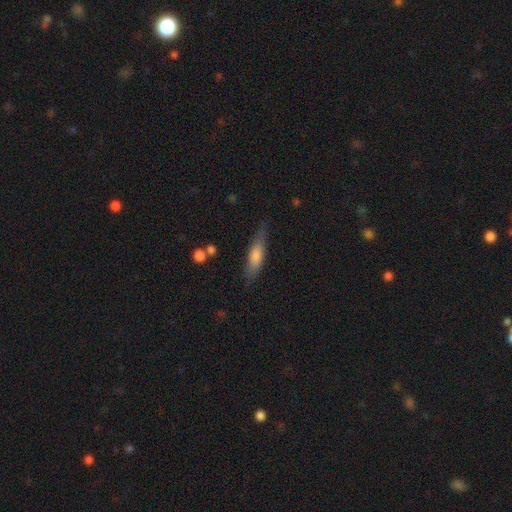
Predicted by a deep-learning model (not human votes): This appears to be a smooth galaxy with no disk features (61%) that is cigar-shaped (70%). Merging: none (74%).